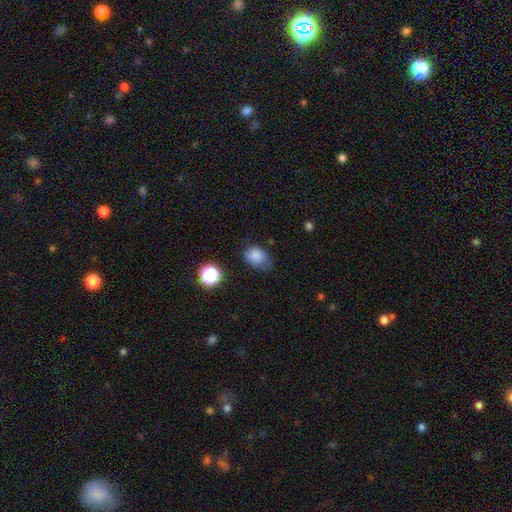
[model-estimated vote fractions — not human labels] smooth 82%, star or artifact 11%, featured or disk 7%. Down the decision tree: how rounded — in between (66%); merging — none (50%).